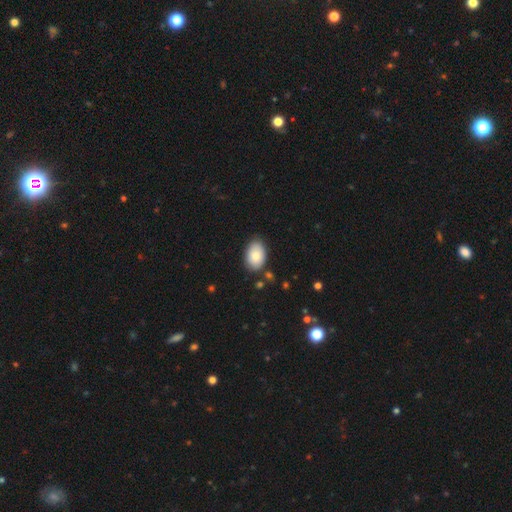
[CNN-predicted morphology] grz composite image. It shows a smooth galaxy with no disk features (81%) that is in between round and cigar-shaped (89%). Merging: none (82%).